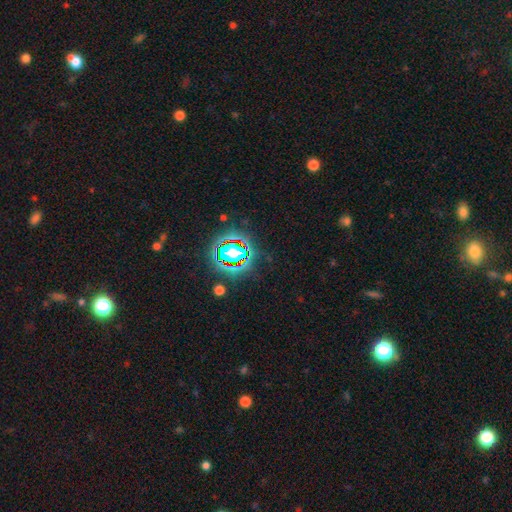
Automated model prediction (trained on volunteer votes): Smooth or featured: star or artifact — 79% (smooth — 13%)